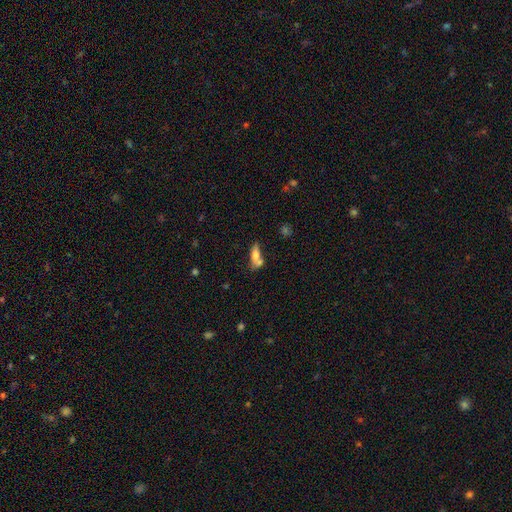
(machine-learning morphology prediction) This appears to be a smooth galaxy with no disk features (62%) that is in between round and cigar-shaped (64%). Merging: none (39%).